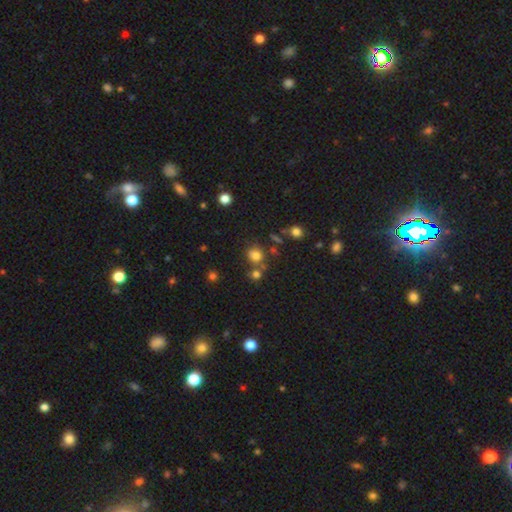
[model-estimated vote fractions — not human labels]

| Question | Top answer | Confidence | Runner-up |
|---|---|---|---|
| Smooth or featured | smooth | 73% | star or artifact (18%) |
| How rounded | round | 77% | in between (22%) |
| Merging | none | 62% | merger (22%) |